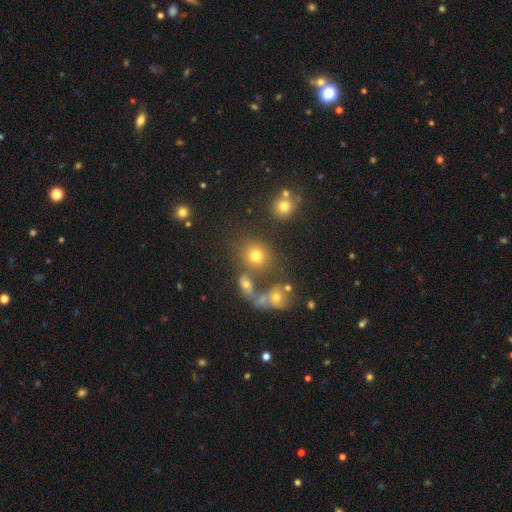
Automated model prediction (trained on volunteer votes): This appears to be a smooth galaxy with no disk features (73%) that is round (77%). Merging: none (59%).